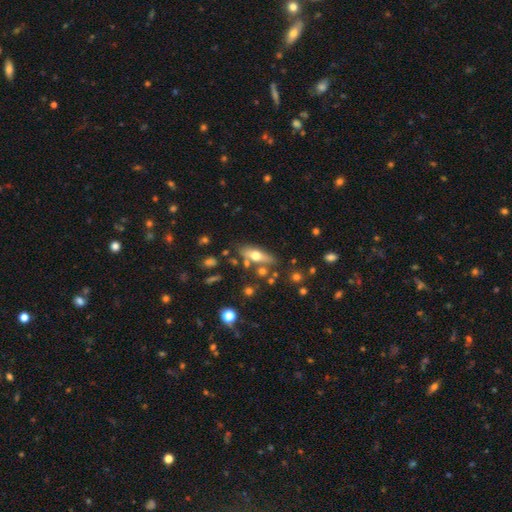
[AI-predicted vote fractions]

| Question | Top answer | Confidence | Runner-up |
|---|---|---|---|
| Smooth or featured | smooth | 54% | featured or disk (38%) |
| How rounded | in between | 59% | cigar-shaped (37%) |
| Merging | none | 70% | minor disturbance (15%) |